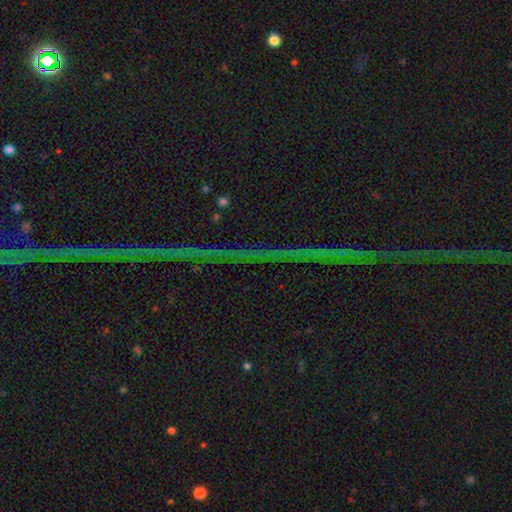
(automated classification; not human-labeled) Smooth or featured? star or artifact (79%)